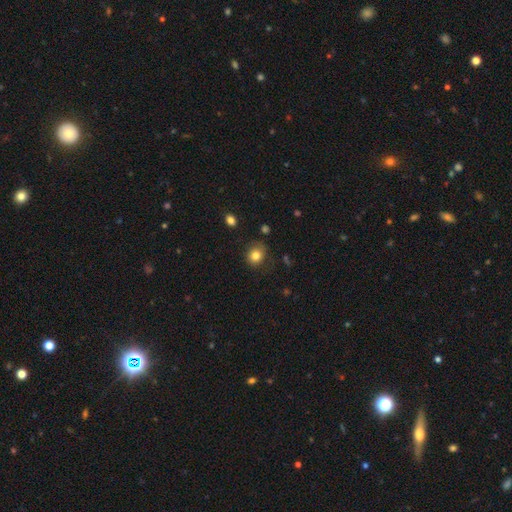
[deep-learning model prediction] smooth_or_featured: smooth (p=0.81) [alt: star or artifact p=0.11]
how_rounded: round (p=0.73) [alt: in between p=0.26]
merging: none (p=0.77) [alt: minor disturbance p=0.17]